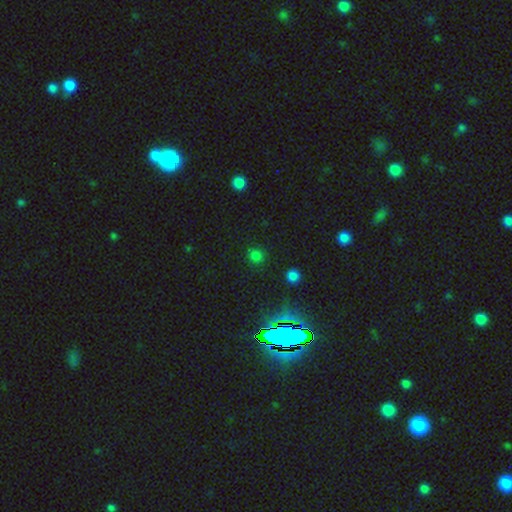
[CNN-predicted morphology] A smooth galaxy with no disk features (67%) that is round (85%).

Vote fractions:
- Smooth or featured? smooth: 67% / star or artifact: 28% / featured or disk: 5%
- How rounded? round: 85% / in between: 14% / cigar-shaped: 1%
- Merging? none: 86% / minor disturbance: 9% / major disturbance: 3% / merger: 2%